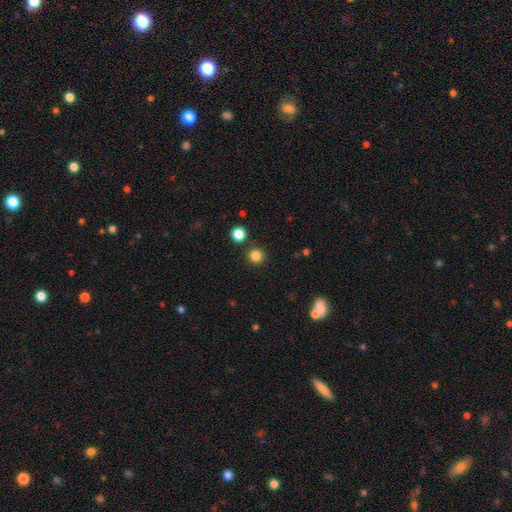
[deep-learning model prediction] smooth 83%, star or artifact 13%, featured or disk 4%. Down the decision tree: how rounded — round (94%); merging — none (88%).